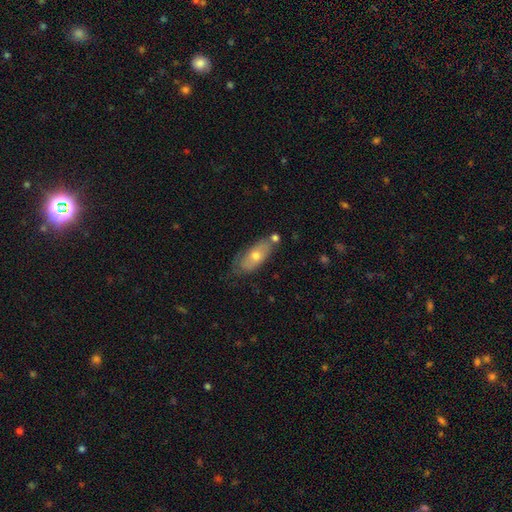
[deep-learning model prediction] Smooth or featured?
  - smooth: 56% *
  - featured or disk: 37%
  - star or artifact: 7%
How rounded?
  - in between: 78% *
  - cigar-shaped: 18%
  - round: 3%
Merging?
  - none: 59% *
  - minor disturbance: 25%
  - merger: 9%
  - major disturbance: 7%